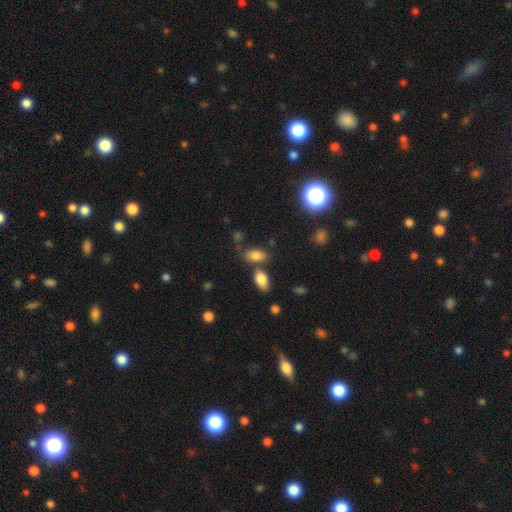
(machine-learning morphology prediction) This is clearly a smooth galaxy (81%). How rounded: clearly in between (90%). Merging: likely none (63%).